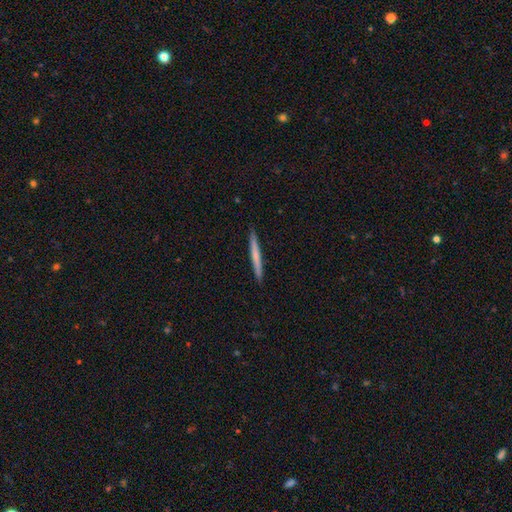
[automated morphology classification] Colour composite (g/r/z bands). It shows a smooth galaxy with no disk features (60%) that is cigar-shaped (97%). Merging: none (92%).